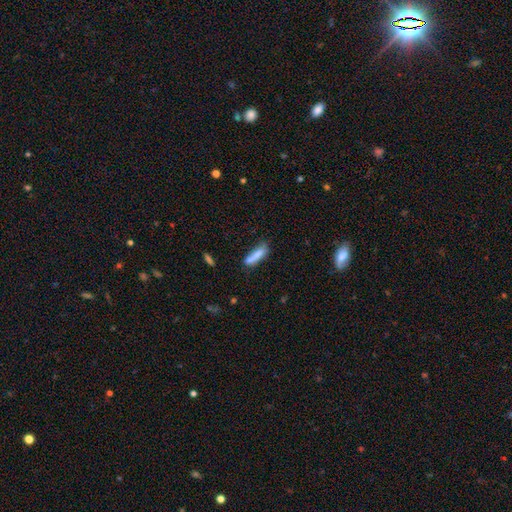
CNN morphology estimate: Smooth or featured: smooth — 79% (featured or disk — 14%)
How rounded: cigar-shaped — 70% (in between — 29%)
Merging: none — 56% (minor disturbance — 26%)